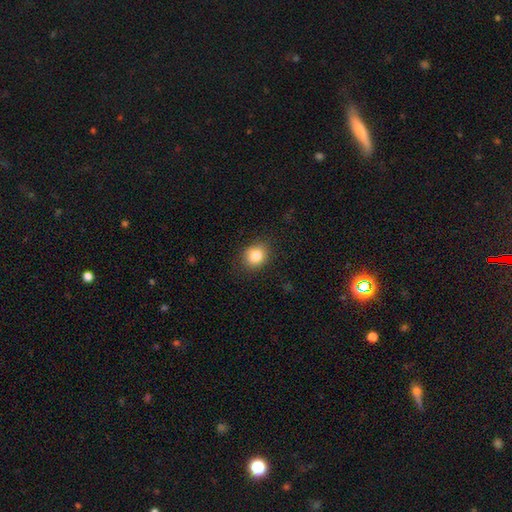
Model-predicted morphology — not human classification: Smooth or featured: smooth — 83% (star or artifact — 10%)
How rounded: round — 69% (in between — 30%)
Merging: none — 85% (minor disturbance — 11%)